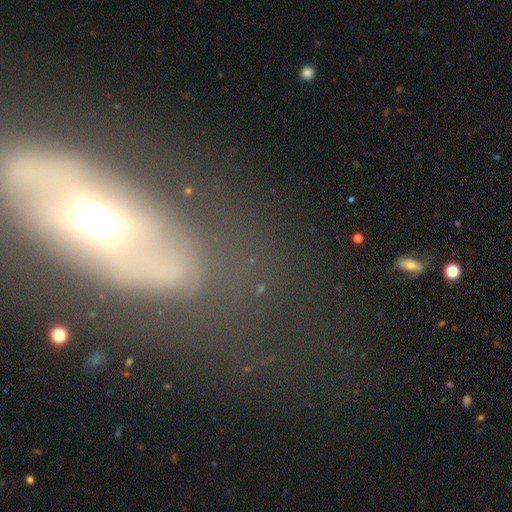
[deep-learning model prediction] featured or disk 60%, smooth 27%, star or artifact 13%. Down the decision tree: edge-on disk — no (77%); merging — none (57%).